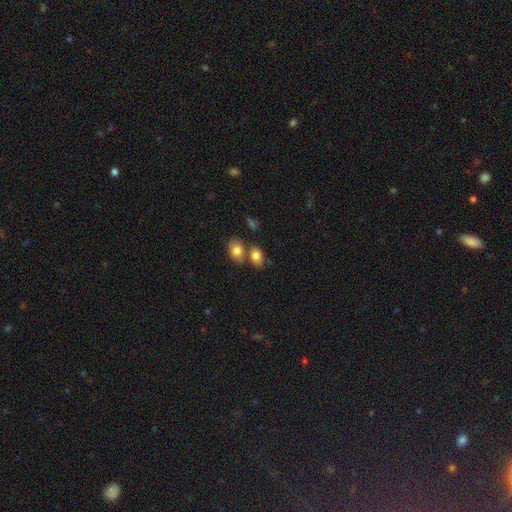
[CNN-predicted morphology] Smooth or featured? Predicted: smooth (p=0.82). How rounded? Predicted: in between (p=0.80). Merging? Predicted: none (p=0.51).